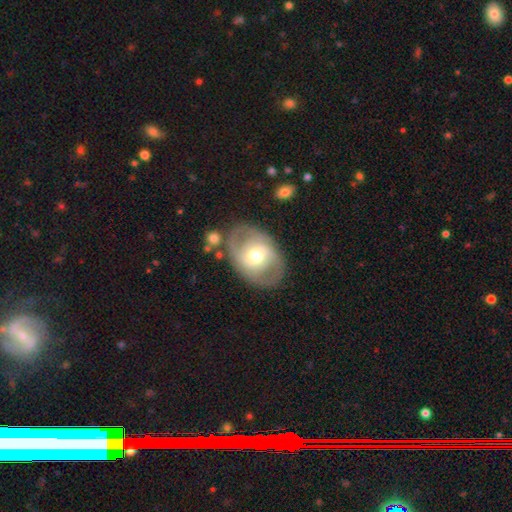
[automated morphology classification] Q: Smooth or featured?
A: featured or disk (64%); runner-up: smooth (30%)
Q: Edge-on disk?
A: no (94%); runner-up: yes (6%)
Q: Bar?
A: no (47%); runner-up: weak (39%)
Q: Spiral arms?
A: yes (69%); runner-up: no (31%)
Q: Bulge size?
A: moderate (67%); runner-up: small (18%)
Q: Merging?
A: none (74%); runner-up: minor disturbance (15%)